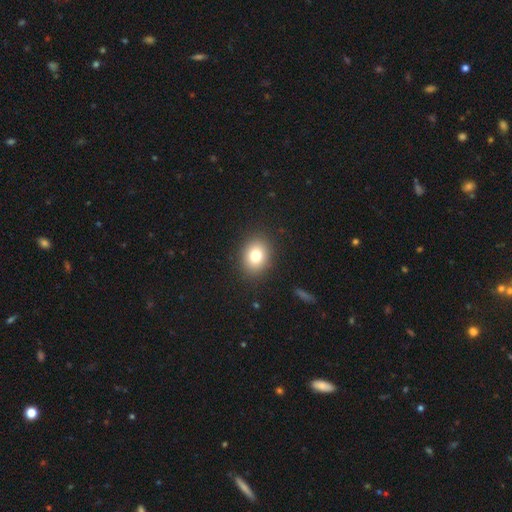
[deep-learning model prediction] The model was most divided on "how rounded": round: 54%, in between: 45%, cigar-shaped: 1%. More confident: merging — none (89%); smooth or featured — smooth (78%).